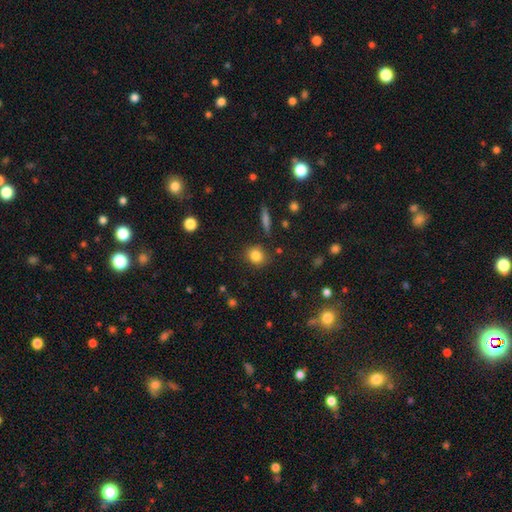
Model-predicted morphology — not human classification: Smooth or featured?
  - smooth: 83% *
  - star or artifact: 10%
  - featured or disk: 7%
How rounded?
  - round: 80% *
  - in between: 18%
  - cigar-shaped: 2%
Merging?
  - none: 85% *
  - minor disturbance: 10%
  - major disturbance: 3%
  - merger: 3%